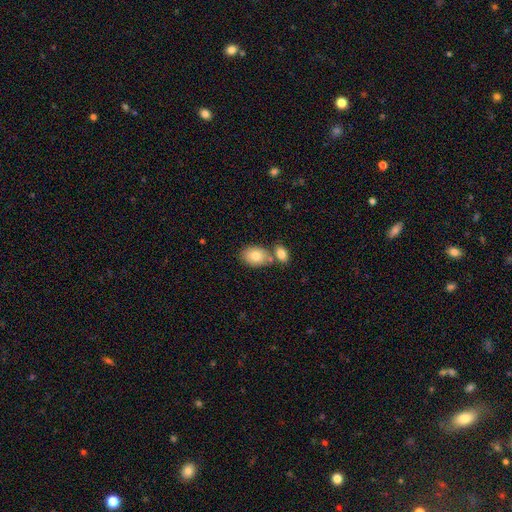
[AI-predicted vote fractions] The model was most divided on "merging": none: 57%, merger: 29%, minor disturbance: 11%, major disturbance: 3%. More confident: smooth or featured — smooth (81%); how rounded — in between (79%).